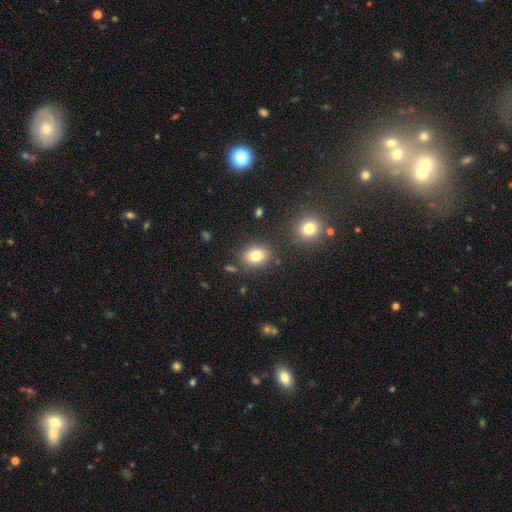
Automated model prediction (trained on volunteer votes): Overall: smooth (80%). How rounded: round (54%; in between 45%). Merging: none (81%).